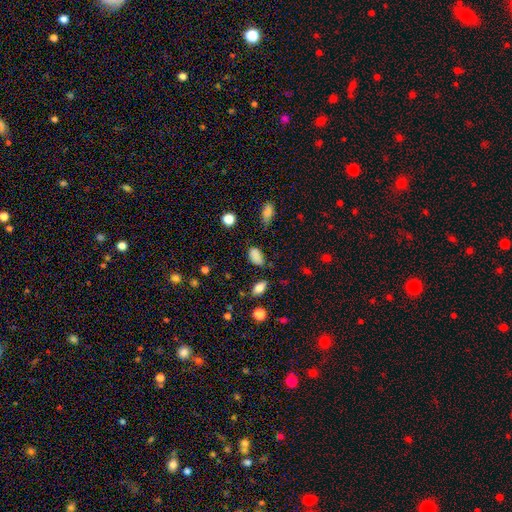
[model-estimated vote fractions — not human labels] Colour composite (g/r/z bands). It shows a smooth galaxy with no disk features (83%) that is in between round and cigar-shaped (91%). Merging: none (67%).